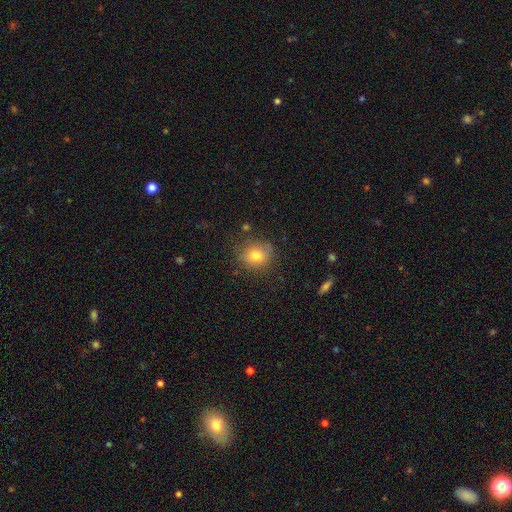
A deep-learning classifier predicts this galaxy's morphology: This is likely a smooth galaxy (79%). How rounded: likely round (72%). Merging: likely none (75%).